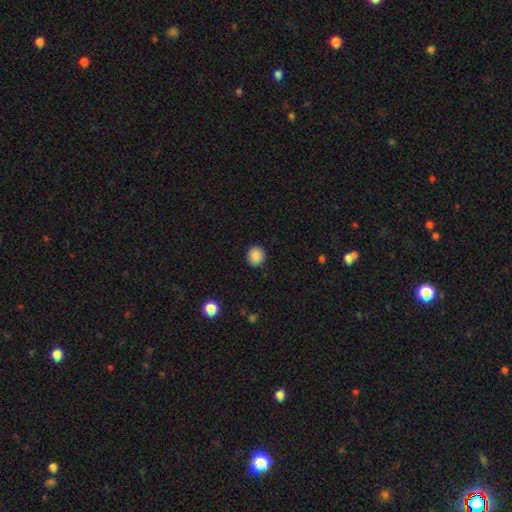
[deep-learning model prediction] This appears to be a smooth galaxy with no disk features (88%) that is round (91%). Merging: none (92%).